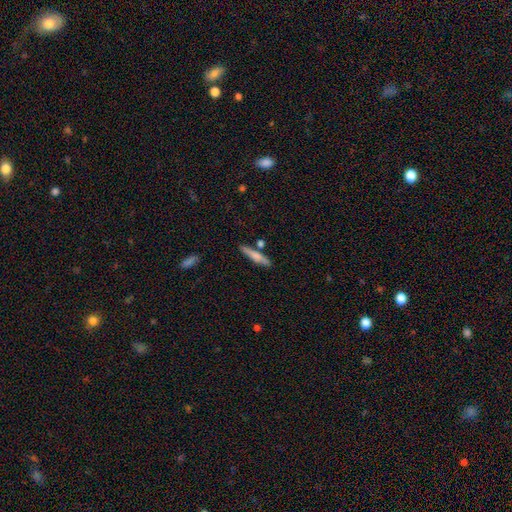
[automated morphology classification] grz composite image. It shows a smooth galaxy with no disk features (67%) that is cigar-shaped (88%). Merging: none (79%).